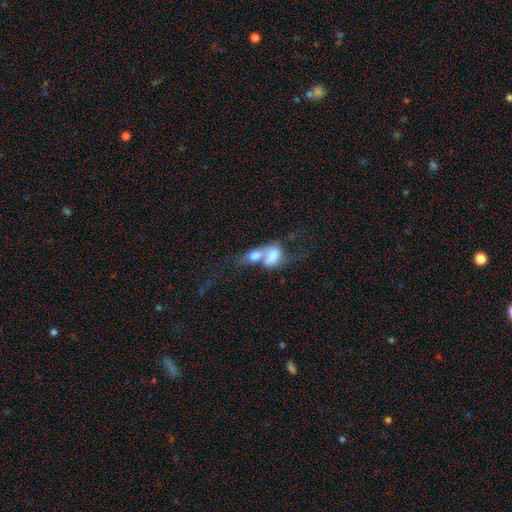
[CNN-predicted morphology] smooth 39% (tied), featured or disk 39% (tied), star or artifact 23%. Down the decision tree: merging — merger (57%).